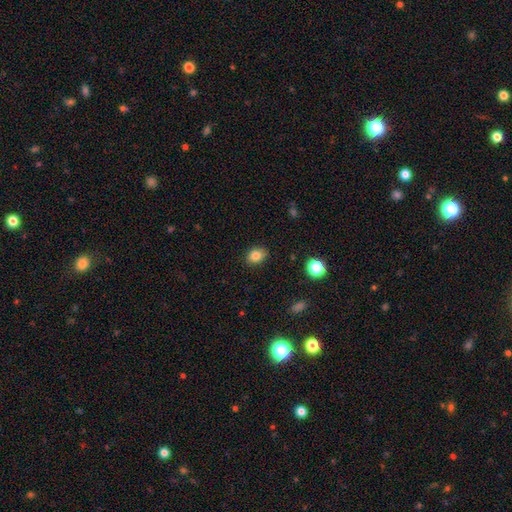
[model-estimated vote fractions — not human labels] smooth-or-featured: smooth: 83% | star or artifact: 11% | featured or disk: 7%
  how-rounded: in between: 59% | round: 40% | cigar-shaped: 1%
  merging: none: 86% | minor disturbance: 10% | major disturbance: 2% | merger: 1%